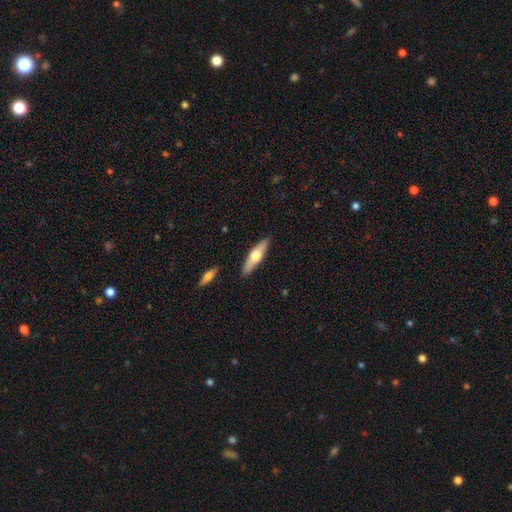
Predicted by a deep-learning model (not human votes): Smooth or featured? Predicted: smooth (p=0.48). Merging? Predicted: none (p=0.88).